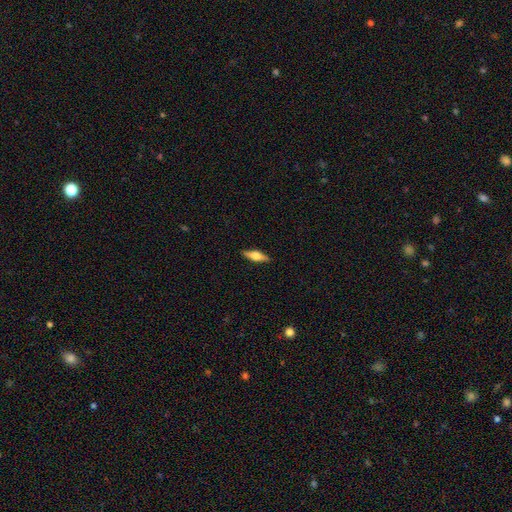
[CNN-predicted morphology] Smooth or featured: smooth — 49% (featured or disk — 45%)
Merging: none — 89% (minor disturbance — 8%)